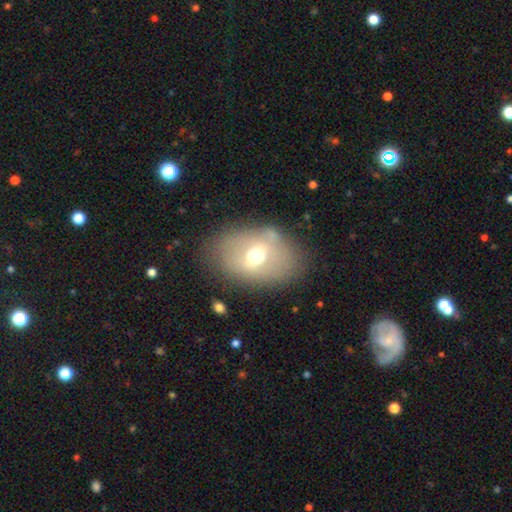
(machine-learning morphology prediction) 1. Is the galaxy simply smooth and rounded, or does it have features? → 47% smooth, 42% featured or disk, 10% star or artifact.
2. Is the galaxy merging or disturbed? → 73% none, 16% minor disturbance, 8% major disturbance, 3% merger.